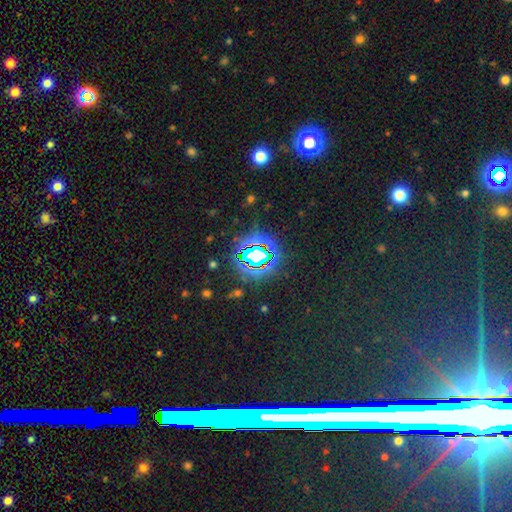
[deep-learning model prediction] smooth-or-featured: star or artifact: 75% | smooth: 14% | featured or disk: 10%